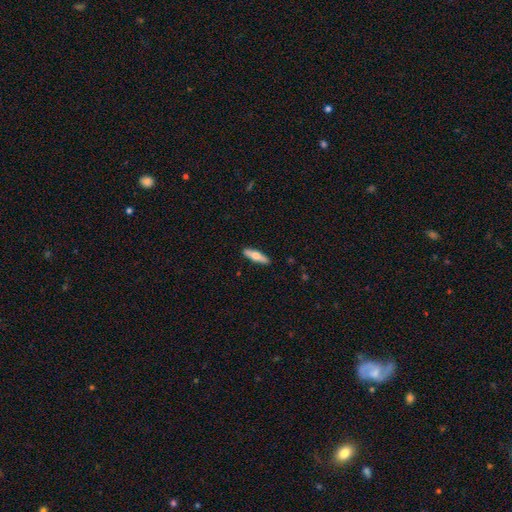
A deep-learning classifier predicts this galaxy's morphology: This appears to be a smooth galaxy with no disk features (56%) that is cigar-shaped (69%). Merging: none (90%).